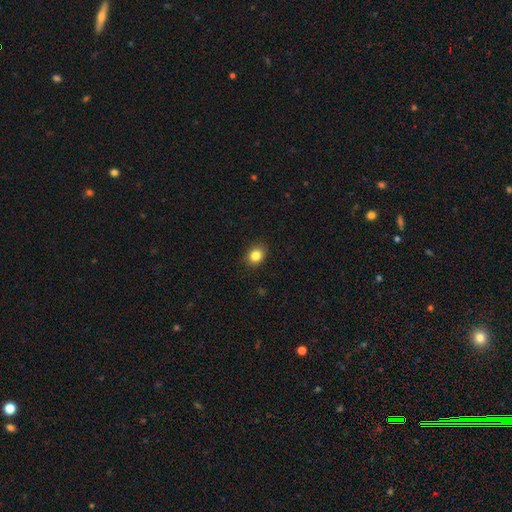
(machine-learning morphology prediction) Smooth or featured? Predicted: smooth (p=0.84). How rounded? Predicted: round (p=0.53). Merging? Predicted: none (p=0.88).